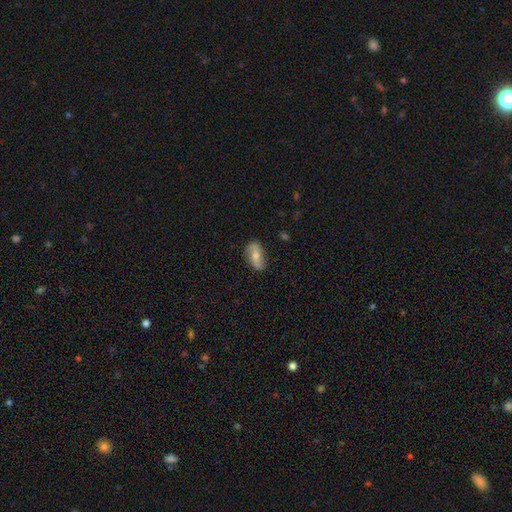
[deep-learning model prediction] featured or disk 48%, smooth 45%, star or artifact 7%. Down the decision tree: merging — none (78%).